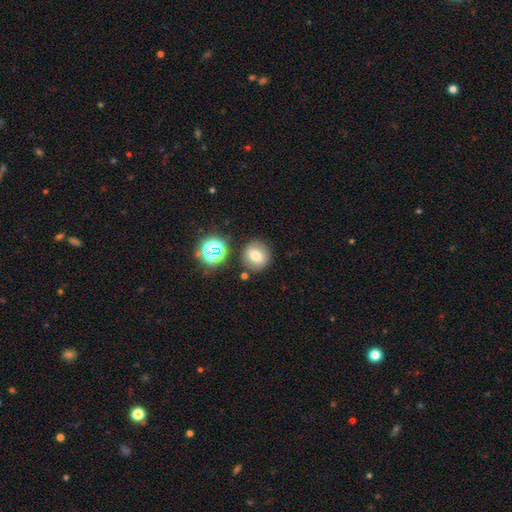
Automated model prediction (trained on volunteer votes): Smooth or featured: smooth — 70% (star or artifact — 16%)
How rounded: round — 83% (in between — 16%)
Merging: none — 80% (minor disturbance — 10%)